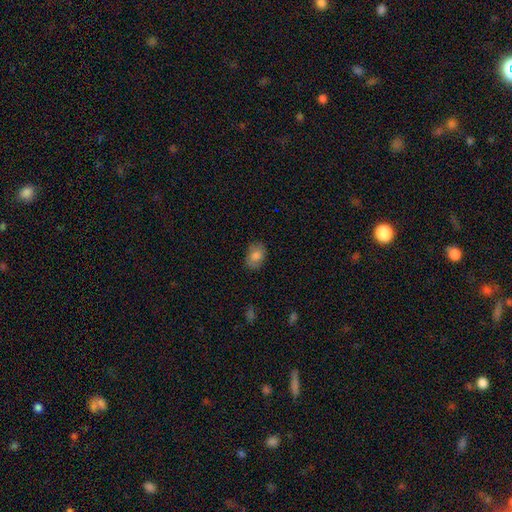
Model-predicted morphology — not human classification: Q: Smooth or featured?
A: smooth (81%); runner-up: featured or disk (11%)
Q: How rounded?
A: in between (78%); runner-up: round (21%)
Q: Merging?
A: none (78%); runner-up: minor disturbance (17%)